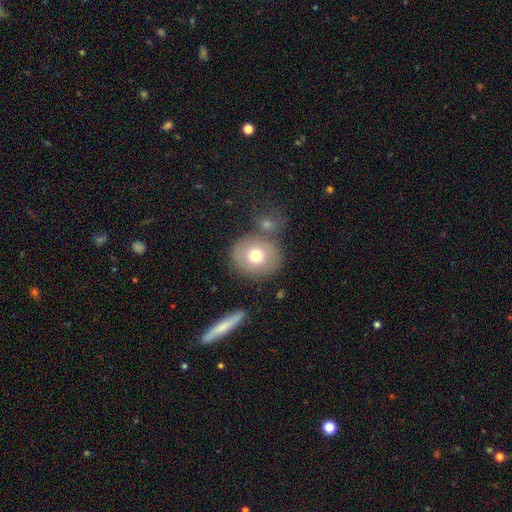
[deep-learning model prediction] The model was most divided on "smooth or featured": smooth: 70%, featured or disk: 21%, star or artifact: 9%. More confident: how rounded — round (77%); merging — none (68%).